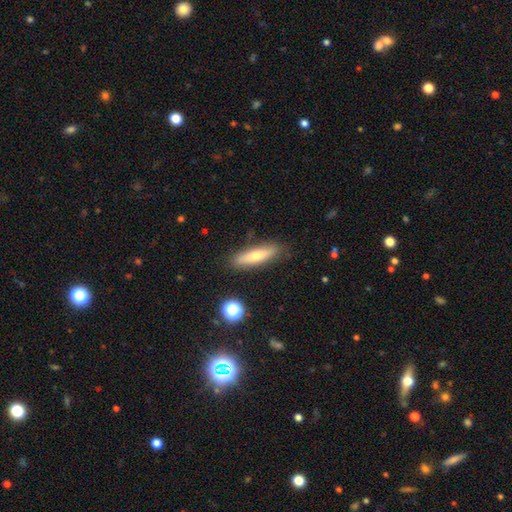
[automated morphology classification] This is likely a smooth galaxy (62%). How rounded: likely cigar-shaped (71%). Merging: clearly none (85%).